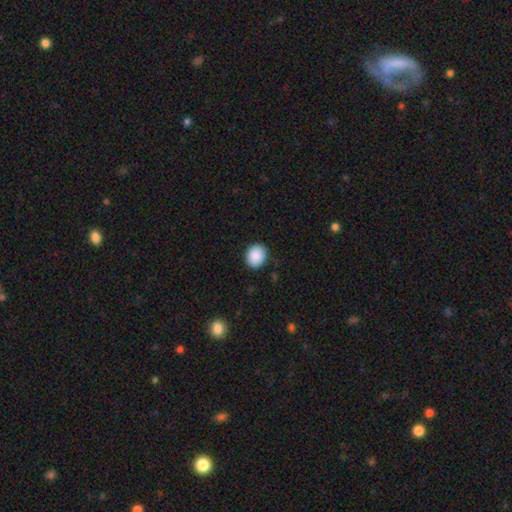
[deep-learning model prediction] smooth-or-featured: smooth: 89% | star or artifact: 7% | featured or disk: 3%
  how-rounded: round: 65% | in between: 34% | cigar-shaped: 1%
  merging: none: 88% | minor disturbance: 9% | major disturbance: 2% | merger: 1%